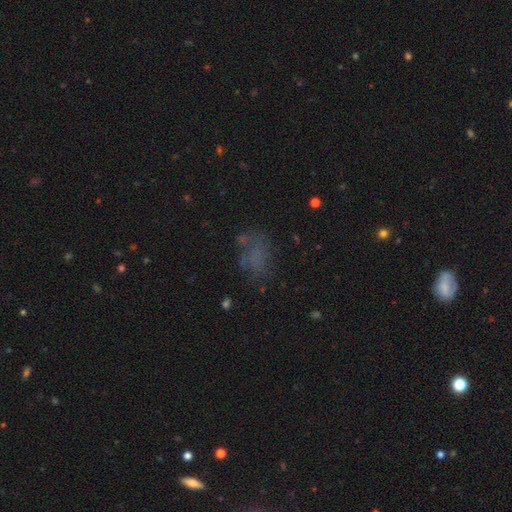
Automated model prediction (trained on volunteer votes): smooth_or_featured: smooth (p=0.49) [alt: featured or disk p=0.26]
merging: none (p=0.53) [alt: major disturbance p=0.22]